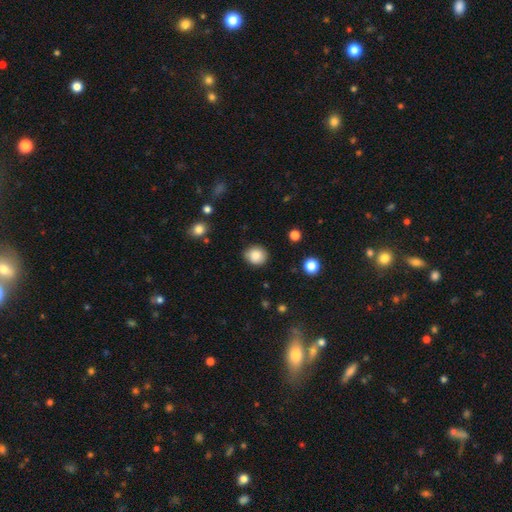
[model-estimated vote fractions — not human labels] Smooth or featured?
  - smooth: 87% *
  - star or artifact: 9%
  - featured or disk: 4%
How rounded?
  - round: 78% *
  - in between: 21%
  - cigar-shaped: 1%
Merging?
  - none: 85% *
  - minor disturbance: 11%
  - major disturbance: 3%
  - merger: 1%